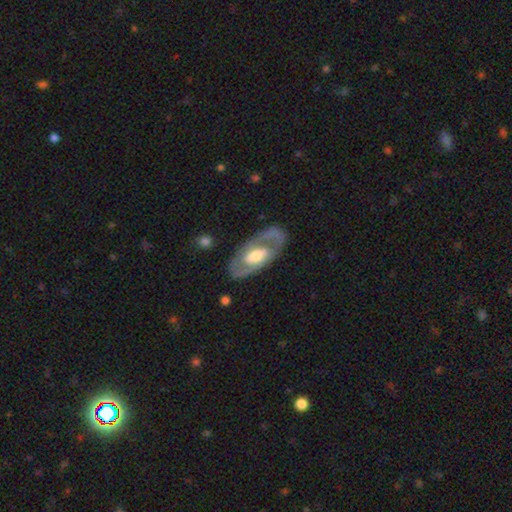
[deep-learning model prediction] Morphology: type=featured or disk (74%); edge-on=no (92%); bar=no (50%); spiral arms=yes (62%); bulge=moderate (57%); merging=none (77%).